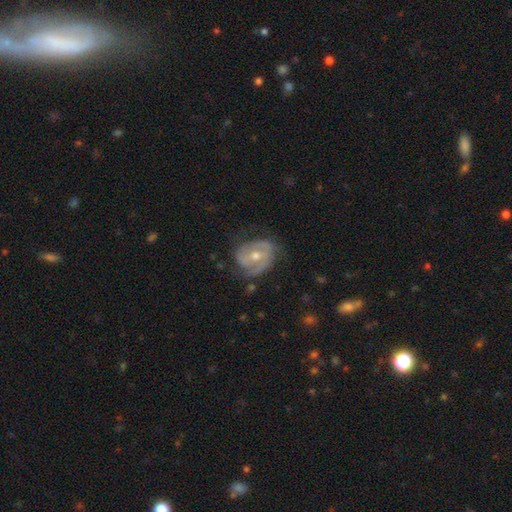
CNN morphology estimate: type=featured or disk (79%); edge-on=no (97%); bar=no (50%); spiral arms=yes (88%); winding=tight (49%); arm count=2 (57%); bulge=moderate (64%); merging=none (64%).